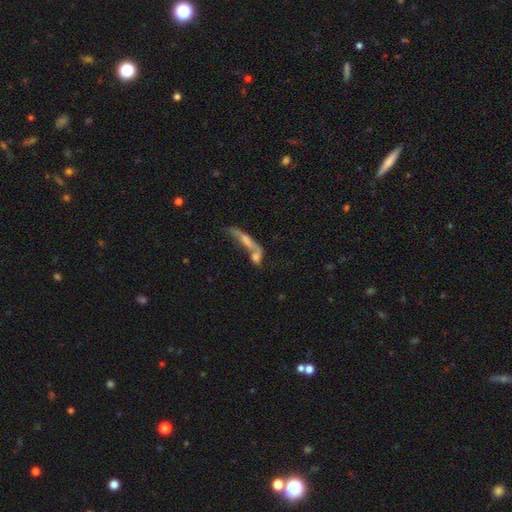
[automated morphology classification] Smooth or featured?
  - smooth: 44% *
  - featured or disk: 42%
  - star or artifact: 14%
Merging?
  - merger: 52% *
  - none: 22%
  - major disturbance: 16%
  - minor disturbance: 10%